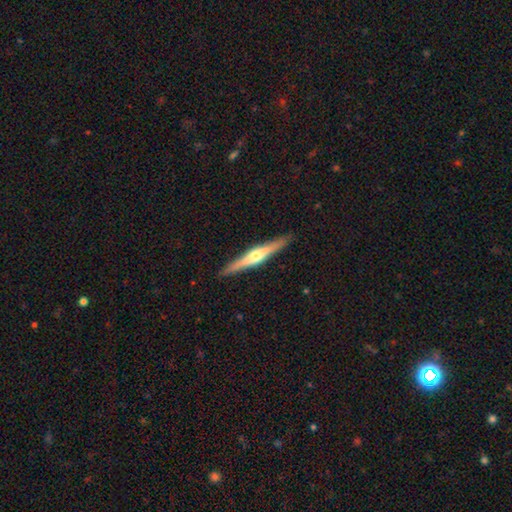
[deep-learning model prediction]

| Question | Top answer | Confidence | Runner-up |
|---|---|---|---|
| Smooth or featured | featured or disk | 68% | smooth (26%) |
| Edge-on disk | yes | 97% | no (3%) |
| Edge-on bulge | rounded | 87% | none (7%) |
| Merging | none | 90% | minor disturbance (7%) |